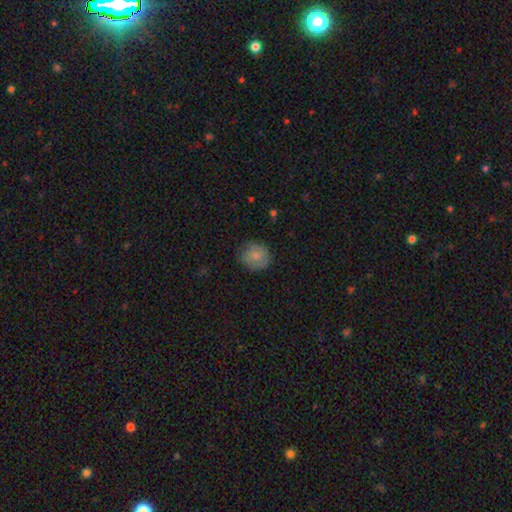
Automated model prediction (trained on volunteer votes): This appears to be a smooth galaxy with no disk features (80%) that is round (89%). Merging: none (80%).